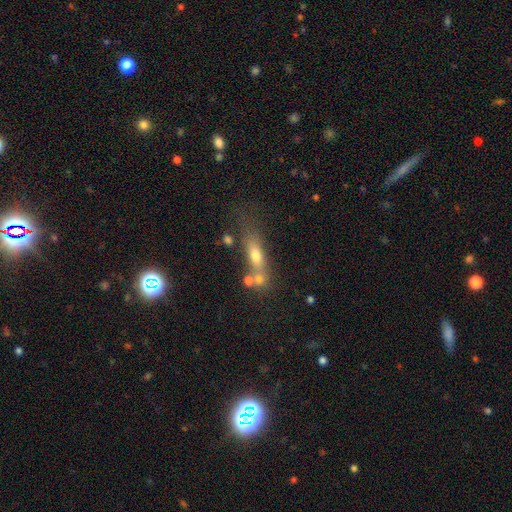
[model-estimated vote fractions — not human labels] Smooth or featured? smooth (56%)
How rounded? cigar-shaped (45%)
Merging? none (42%)